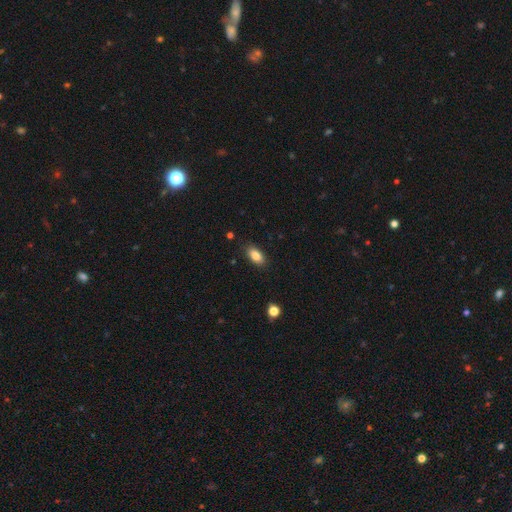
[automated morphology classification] A smooth galaxy with no disk features (85%) that is in between round and cigar-shaped (90%).

Vote fractions:
- Smooth or featured? smooth: 85% / star or artifact: 8% / featured or disk: 7%
- How rounded? in between: 90% / cigar-shaped: 6% / round: 4%
- Merging? none: 86% / minor disturbance: 10% / major disturbance: 2% / merger: 1%